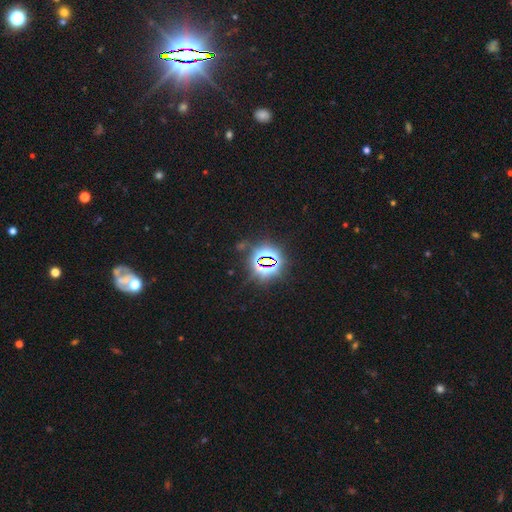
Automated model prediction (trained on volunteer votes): Smooth or featured: star or artifact — 83% (smooth — 10%)